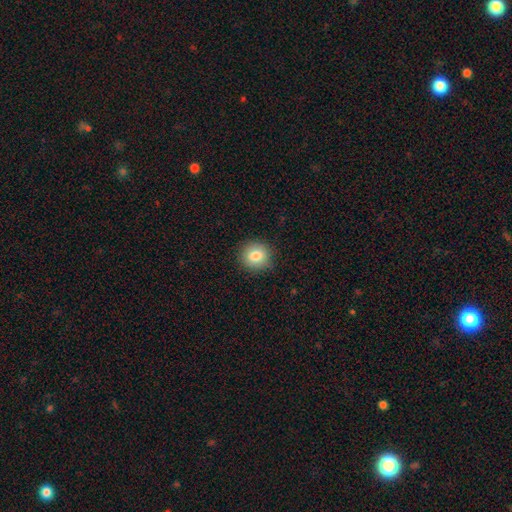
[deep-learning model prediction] smooth_or_featured: smooth (p=0.83) [alt: star or artifact p=0.09]
how_rounded: round (p=0.90) [alt: in between p=0.09]
merging: none (p=0.89) [alt: minor disturbance p=0.08]